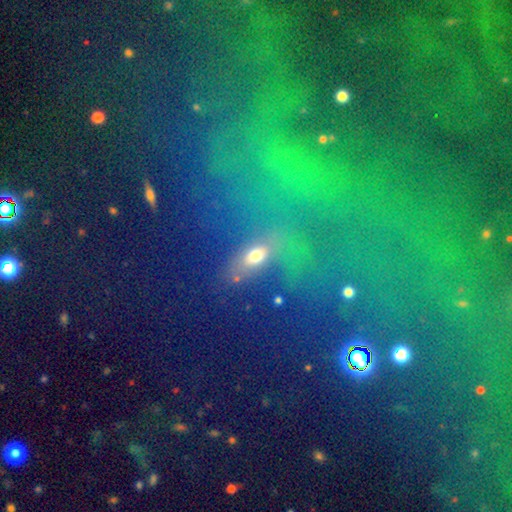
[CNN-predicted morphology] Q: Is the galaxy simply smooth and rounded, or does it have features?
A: smooth — 59%.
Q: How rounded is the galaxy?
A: in between — 64%.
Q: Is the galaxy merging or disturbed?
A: none — 69%.